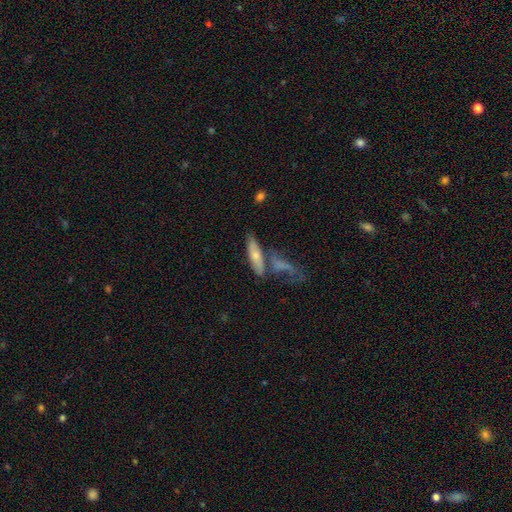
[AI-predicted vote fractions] Overall: smooth (60%; featured or disk 33%). How rounded: cigar-shaped (57%; in between 40%). Merging: none (51%; merger 28%).